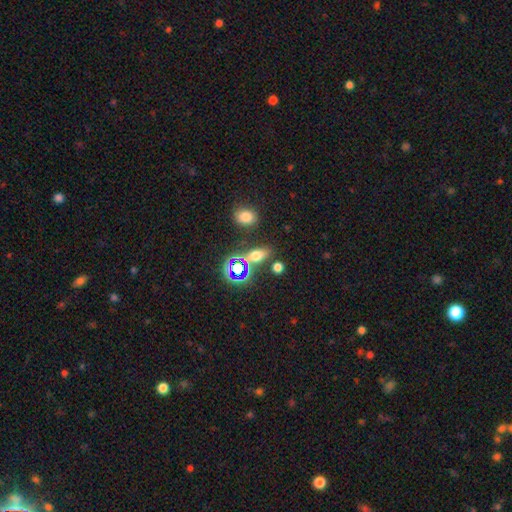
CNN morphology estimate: type=smooth (55%); roundness=in between (69%); merging=none (74%).